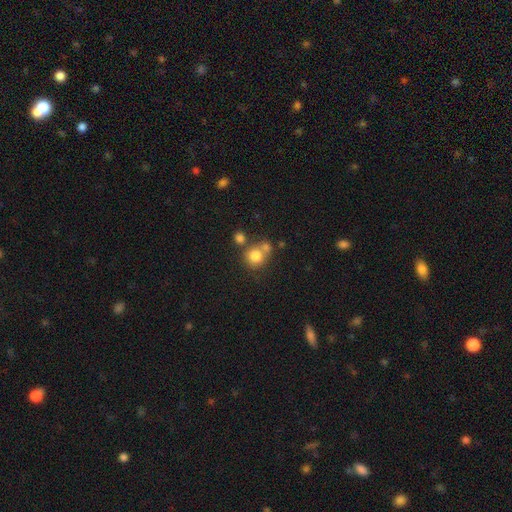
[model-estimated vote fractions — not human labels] This is likely a smooth galaxy (79%). How rounded: clearly round (86%). Merging: possibly none (51%).